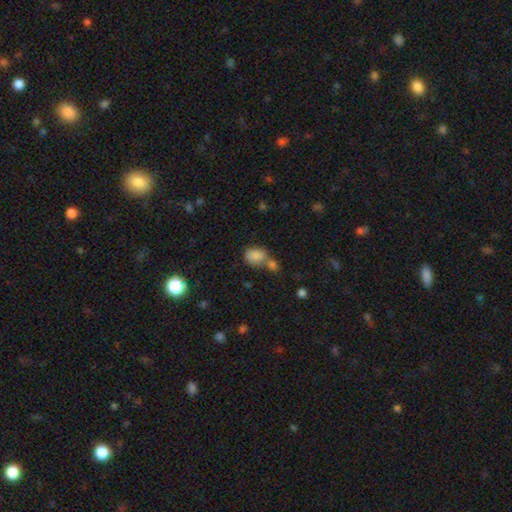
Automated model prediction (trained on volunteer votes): Smooth or featured?
  - smooth: 83% *
  - star or artifact: 10%
  - featured or disk: 7%
How rounded?
  - in between: 67% *
  - round: 31%
  - cigar-shaped: 1%
Merging?
  - merger: 43% *
  - none: 38%
  - minor disturbance: 13%
  - major disturbance: 5%